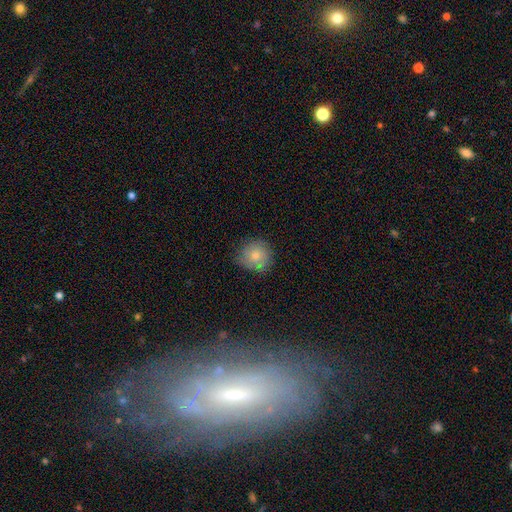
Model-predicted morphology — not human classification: Smooth or featured? smooth (73%)
How rounded? round (89%)
Merging? none (70%)